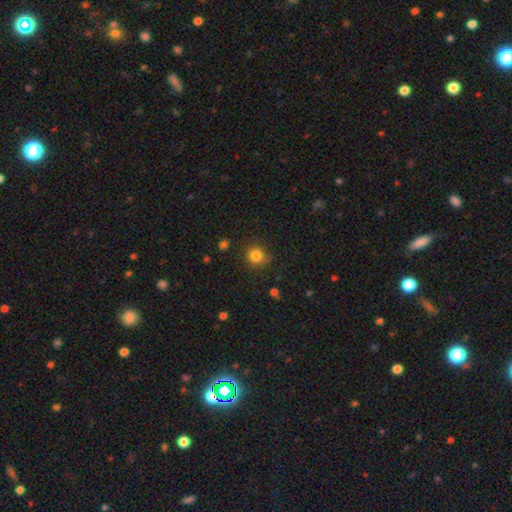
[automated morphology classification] This appears to be a smooth galaxy with no disk features (83%) that is round (89%). Merging: none (82%).